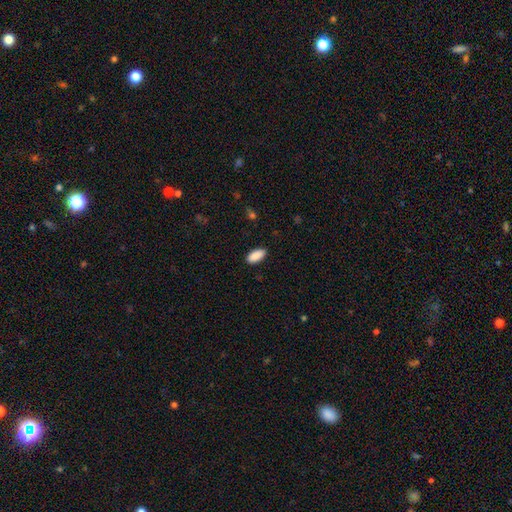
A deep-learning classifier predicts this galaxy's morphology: smooth_or_featured: smooth (p=0.90) [alt: star or artifact p=0.06]
how_rounded: in between (p=0.90) [alt: cigar-shaped p=0.08]
merging: none (p=0.88) [alt: minor disturbance p=0.09]